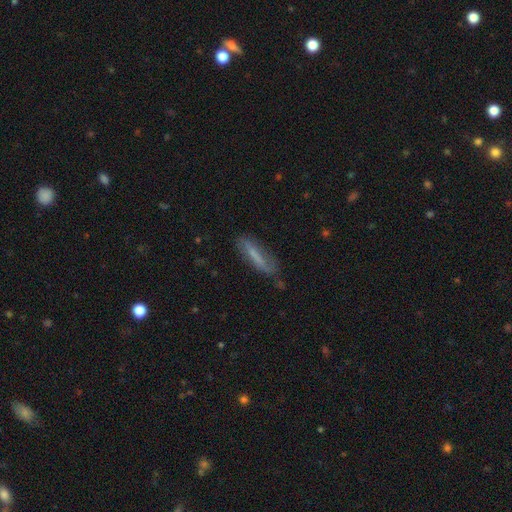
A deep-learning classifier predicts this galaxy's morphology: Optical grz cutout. It shows a smooth galaxy with no disk features (54%) that is cigar-shaped (81%). Merging: none (70%).